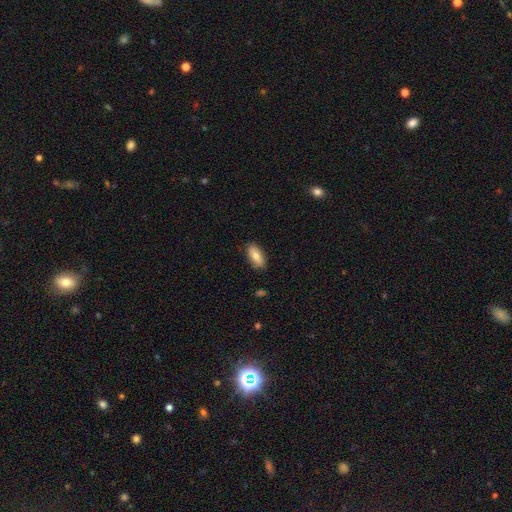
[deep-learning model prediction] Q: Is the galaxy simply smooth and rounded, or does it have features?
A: smooth — 76%.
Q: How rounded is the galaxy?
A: in between — 83%.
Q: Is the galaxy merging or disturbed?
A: none — 87%.